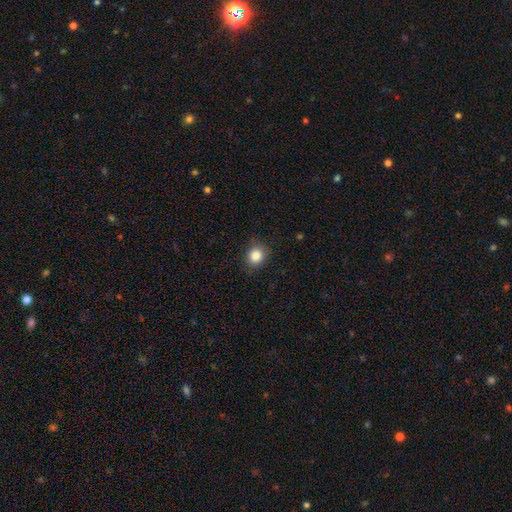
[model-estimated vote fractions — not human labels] A smooth galaxy with no disk features (86%) that is round (70%). Merging: none (85%).